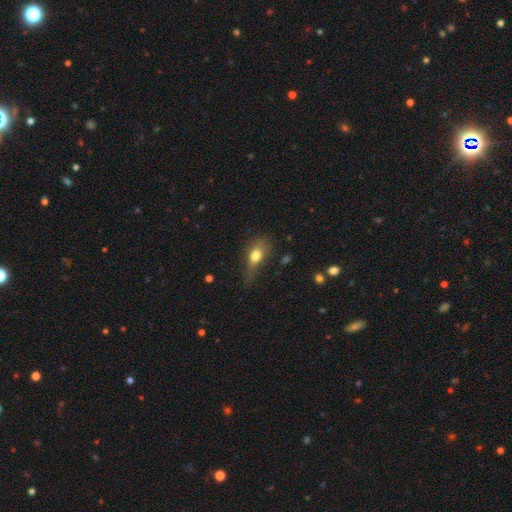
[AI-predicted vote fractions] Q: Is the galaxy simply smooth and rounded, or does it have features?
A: smooth — 74%.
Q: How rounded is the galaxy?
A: in between — 73%.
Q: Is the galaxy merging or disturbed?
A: none — 38%.